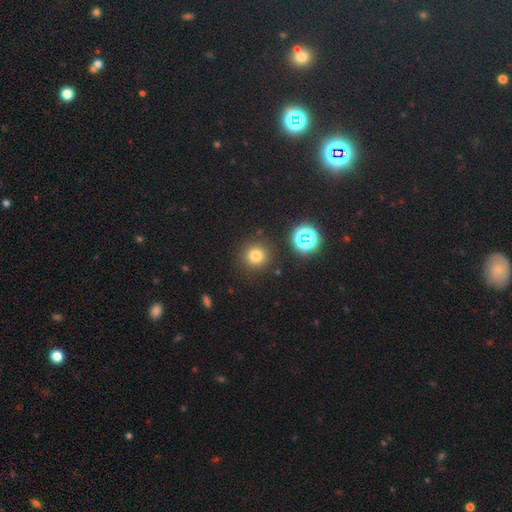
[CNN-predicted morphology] A smooth galaxy with no disk features (75%) that is round (94%).

Vote fractions:
- Smooth or featured? smooth: 75% / star or artifact: 18% / featured or disk: 6%
- How rounded? round: 94% / in between: 5% / cigar-shaped: 1%
- Merging? none: 88% / minor disturbance: 7% / major disturbance: 3% / merger: 3%